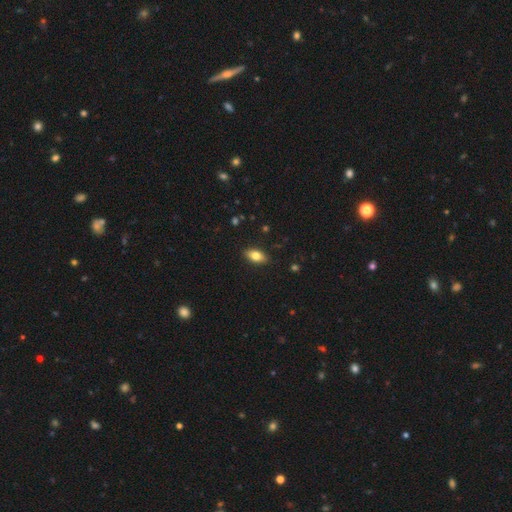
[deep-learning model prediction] This appears to be a smooth galaxy with no disk features (78%) that is in between round and cigar-shaped (88%). Merging: none (88%).